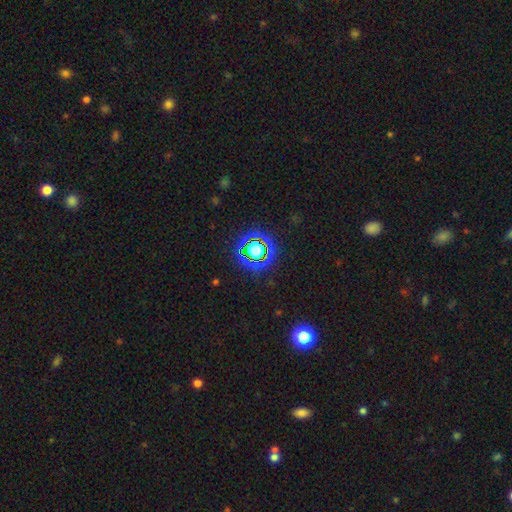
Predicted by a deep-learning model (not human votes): Overall: star or artifact (71%).